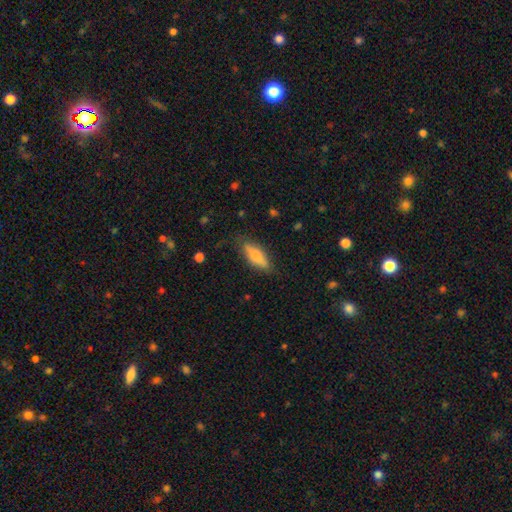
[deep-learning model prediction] Smooth or featured: smooth — 67% (featured or disk — 27%)
How rounded: in between — 55% (cigar-shaped — 43%)
Merging: none — 81% (minor disturbance — 15%)